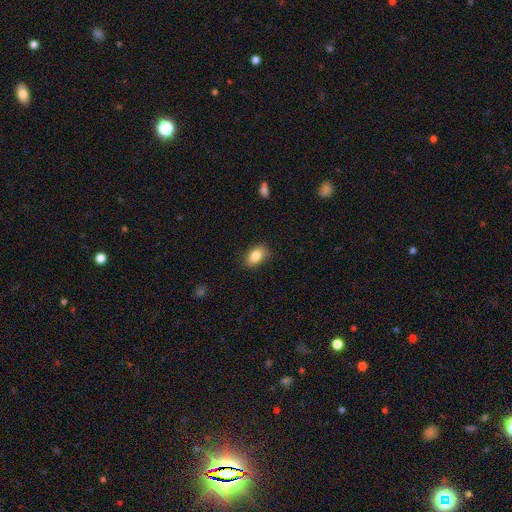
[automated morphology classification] smooth_or_featured: smooth (p=0.84) [alt: featured or disk p=0.08]
how_rounded: in between (p=0.85) [alt: round p=0.13]
merging: none (p=0.84) [alt: minor disturbance p=0.13]